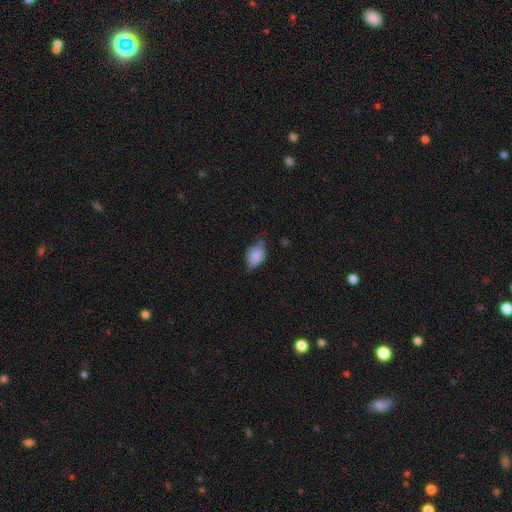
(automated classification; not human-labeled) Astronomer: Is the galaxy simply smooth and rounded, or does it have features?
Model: smooth — 76%.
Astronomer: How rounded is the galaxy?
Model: in between — 72%.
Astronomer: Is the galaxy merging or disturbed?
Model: minor disturbance — 44% (runner-up: none, 40%).